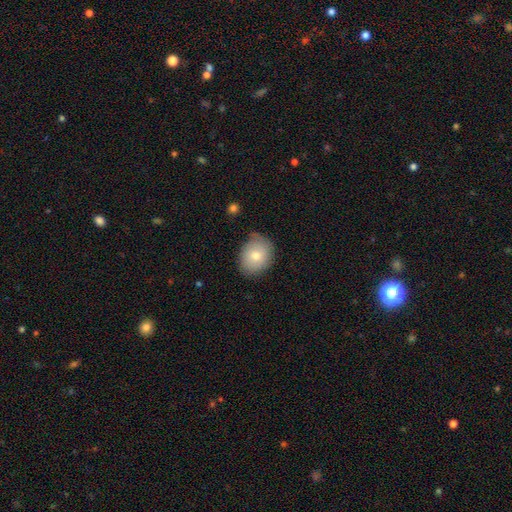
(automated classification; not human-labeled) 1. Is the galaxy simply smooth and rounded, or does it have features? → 73% smooth, 18% featured or disk, 9% star or artifact.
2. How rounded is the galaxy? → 53% round, 46% in between, 1% cigar-shaped.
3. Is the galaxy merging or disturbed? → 71% none, 23% minor disturbance, 4% major disturbance, 2% merger.